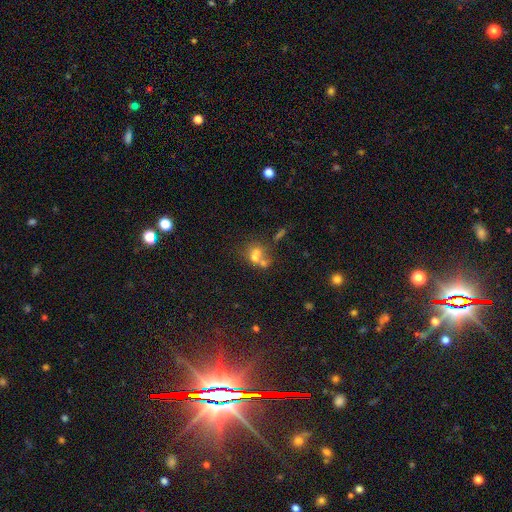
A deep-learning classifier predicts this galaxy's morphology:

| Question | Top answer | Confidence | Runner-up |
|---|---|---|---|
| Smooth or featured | smooth | 56% | featured or disk (26%) |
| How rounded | round | 66% | in between (33%) |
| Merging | merger | 58% | none (29%) |